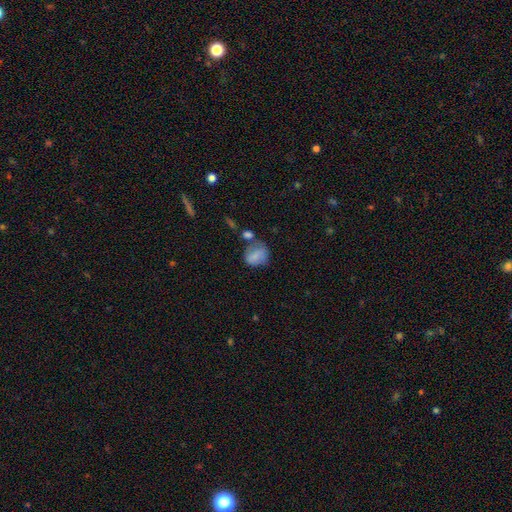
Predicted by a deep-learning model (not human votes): Smooth or featured: smooth — 74% (featured or disk — 17%)
How rounded: round — 54% (in between — 44%)
Merging: none — 44% (minor disturbance — 25%)